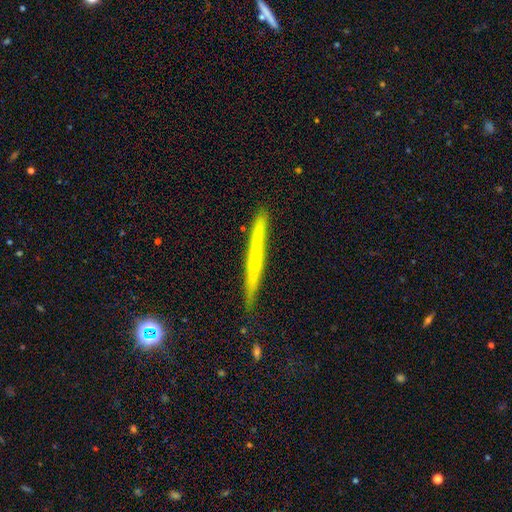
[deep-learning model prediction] Smooth or featured?
  - smooth: 47% *
  - featured or disk: 46%
  - star or artifact: 7%
Merging?
  - none: 86% *
  - minor disturbance: 11%
  - major disturbance: 2%
  - merger: 2%